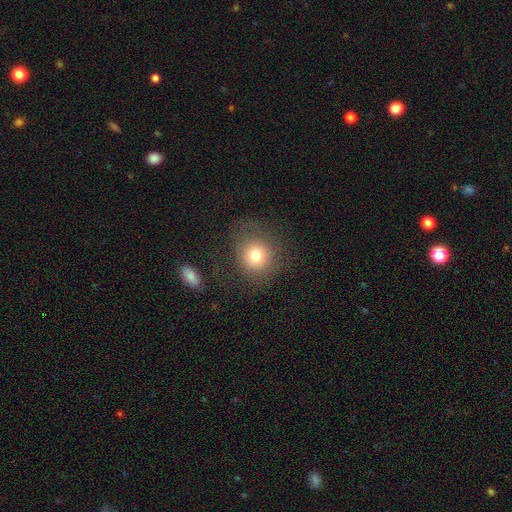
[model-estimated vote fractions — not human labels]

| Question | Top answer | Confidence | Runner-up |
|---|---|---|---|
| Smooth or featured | smooth | 75% | star or artifact (13%) |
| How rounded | round | 86% | in between (13%) |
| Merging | none | 72% | minor disturbance (14%) |